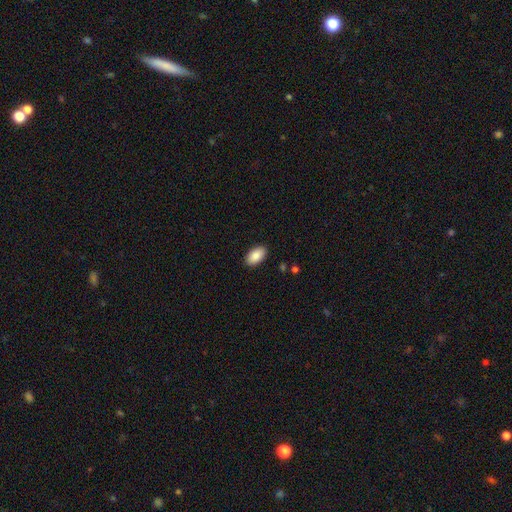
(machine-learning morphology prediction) Overall: smooth (88%). How rounded: in between (94%). Merging: none (90%).